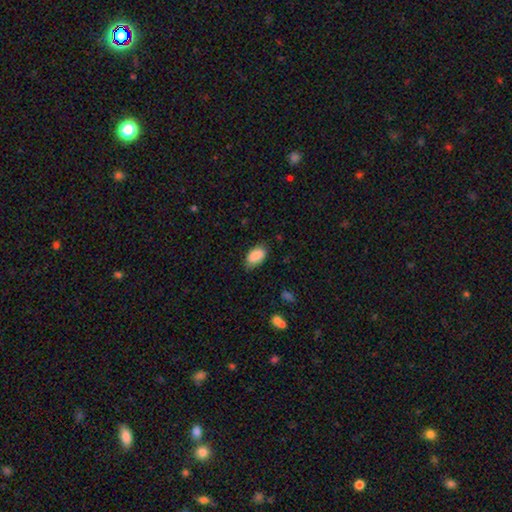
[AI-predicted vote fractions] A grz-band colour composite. It shows a smooth galaxy with no disk features (88%) that is in between round and cigar-shaped (93%). Merging: none (71%).